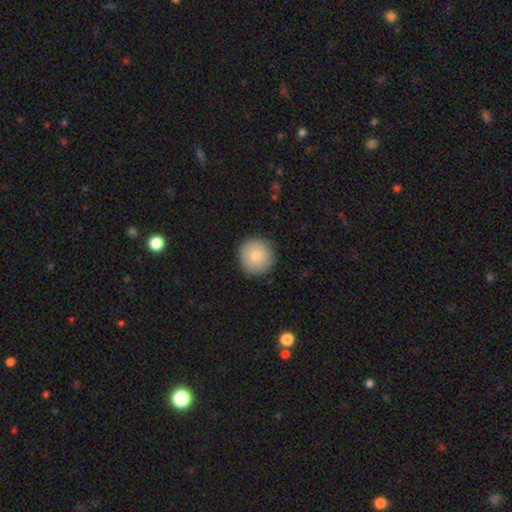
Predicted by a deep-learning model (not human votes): This is clearly a smooth galaxy (82%). How rounded: clearly round (95%). Merging: clearly none (90%).